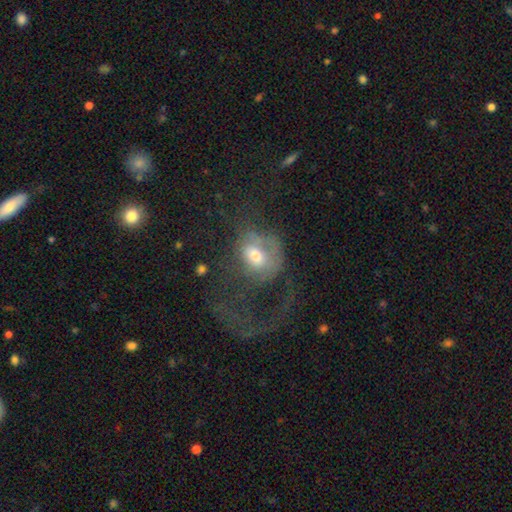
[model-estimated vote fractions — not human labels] This is marginally a featured or disk galaxy (44%, tied with smooth). Merging: likely major disturbance (64%).